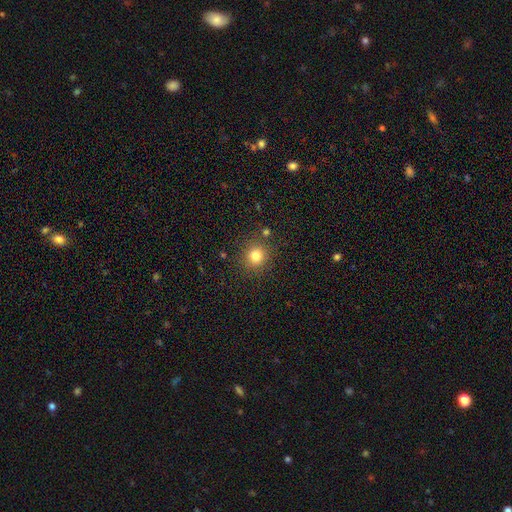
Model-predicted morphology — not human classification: This is likely a smooth galaxy (80%). How rounded: clearly round (90%). Merging: clearly none (86%).